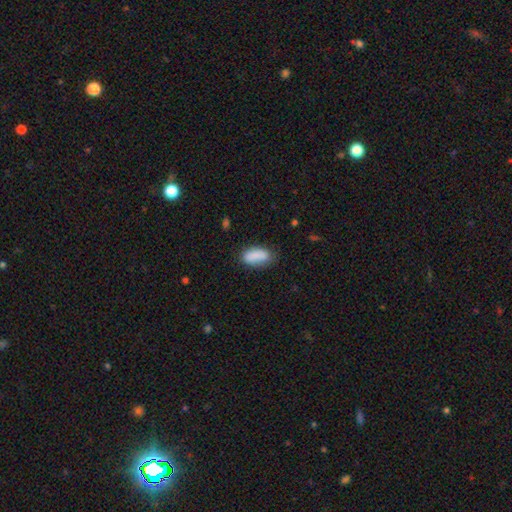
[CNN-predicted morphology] Overall: smooth (85%). How rounded: in between (89%). Merging: none (68%).